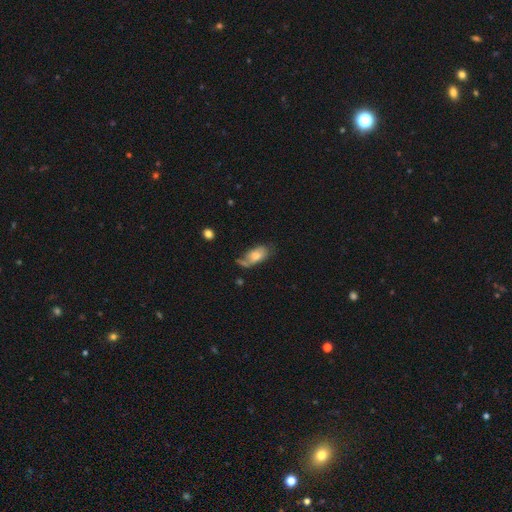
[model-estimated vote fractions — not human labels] Q: Smooth or featured?
A: smooth (58%); runner-up: featured or disk (35%)
Q: How rounded?
A: in between (89%); runner-up: round (6%)
Q: Merging?
A: none (40%); runner-up: minor disturbance (28%)